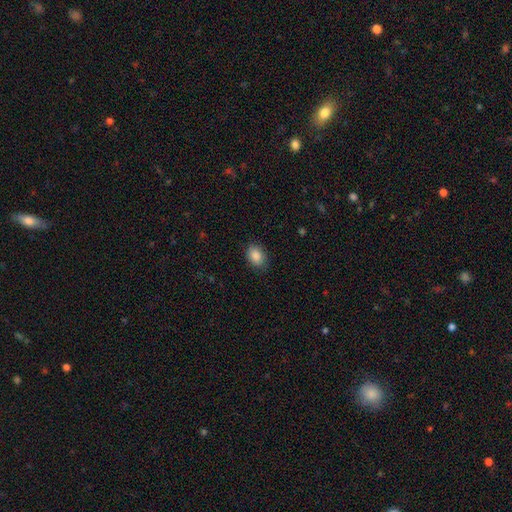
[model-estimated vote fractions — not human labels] smooth_or_featured: smooth (p=0.88) [alt: star or artifact p=0.08]
how_rounded: in between (p=0.76) [alt: round p=0.23]
merging: none (p=0.84) [alt: minor disturbance p=0.12]